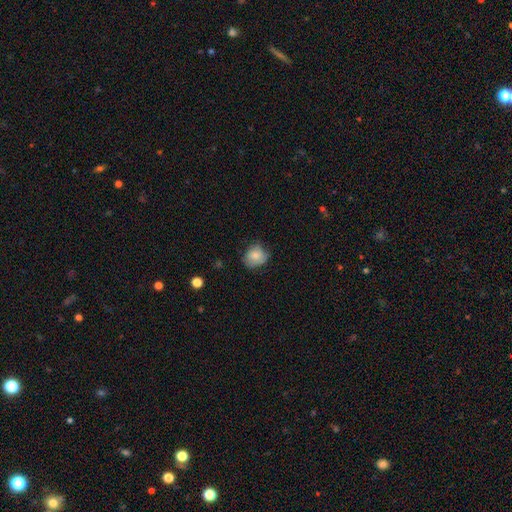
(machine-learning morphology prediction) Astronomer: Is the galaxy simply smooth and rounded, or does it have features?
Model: smooth — 80%.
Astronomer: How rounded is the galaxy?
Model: round — 65%.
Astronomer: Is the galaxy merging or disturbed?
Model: none — 64%.